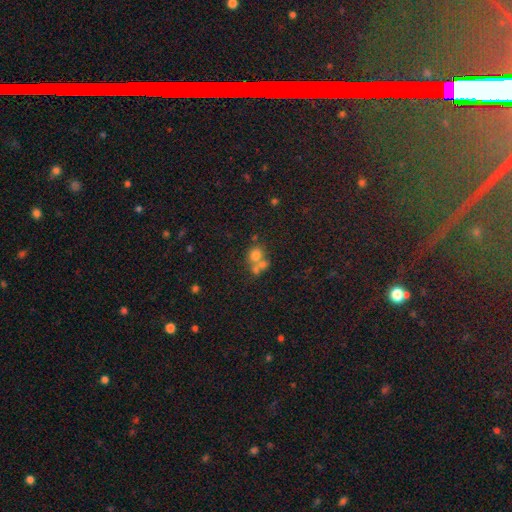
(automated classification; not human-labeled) This is likely a smooth galaxy (68%). How rounded: likely round (76%). Merging: possibly merger (50%).